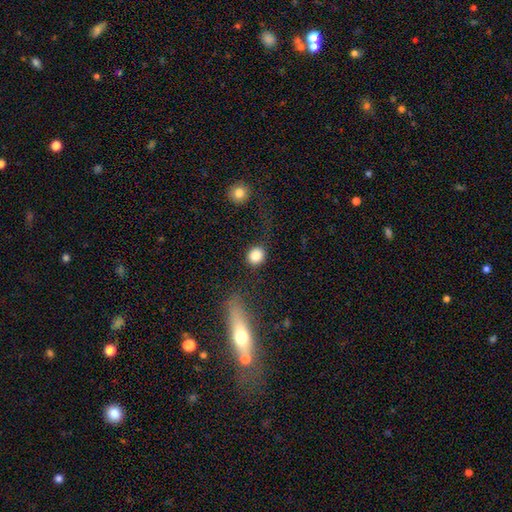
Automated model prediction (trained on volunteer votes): A smooth galaxy with no disk features (85%) that is round (84%). Merging: none (81%).